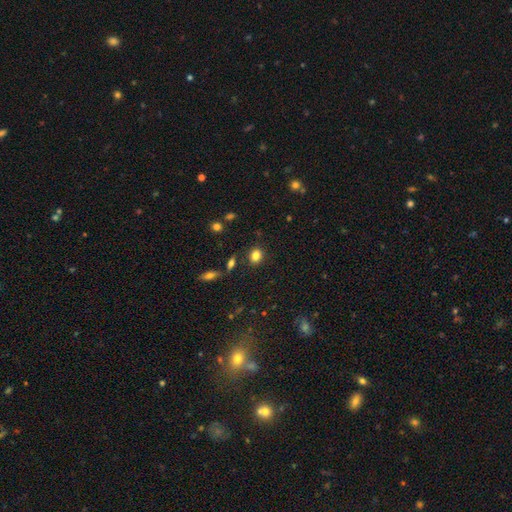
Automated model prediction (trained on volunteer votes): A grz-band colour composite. It shows a smooth galaxy with no disk features (82%) that is round (61%). Merging: none (85%).